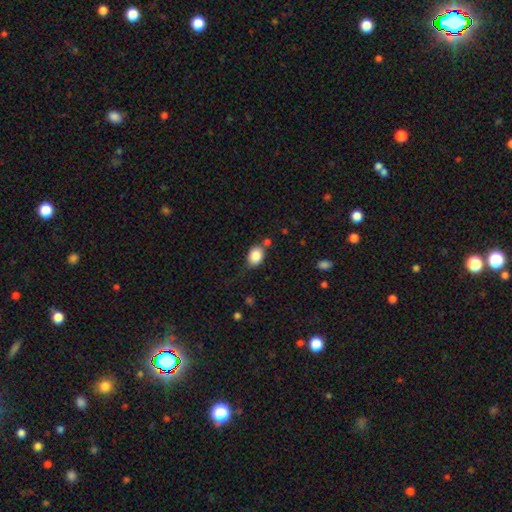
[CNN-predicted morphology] This appears to be a smooth galaxy with no disk features (85%) that is in between round and cigar-shaped (69%). Merging: none (59%).